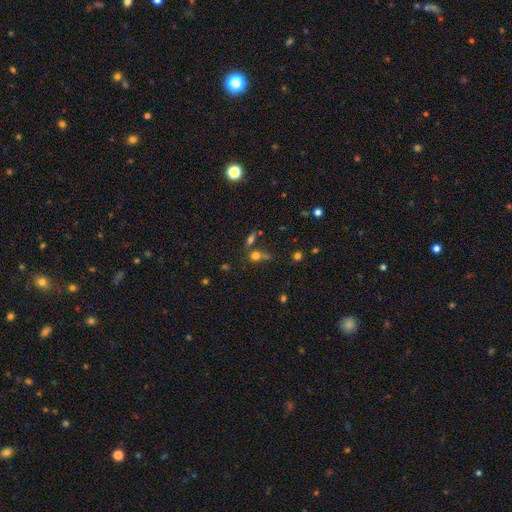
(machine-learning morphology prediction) Q: Smooth or featured?
A: smooth (66%); runner-up: star or artifact (21%)
Q: How rounded?
A: round (54%); runner-up: in between (38%)
Q: Merging?
A: none (47%); runner-up: merger (29%)